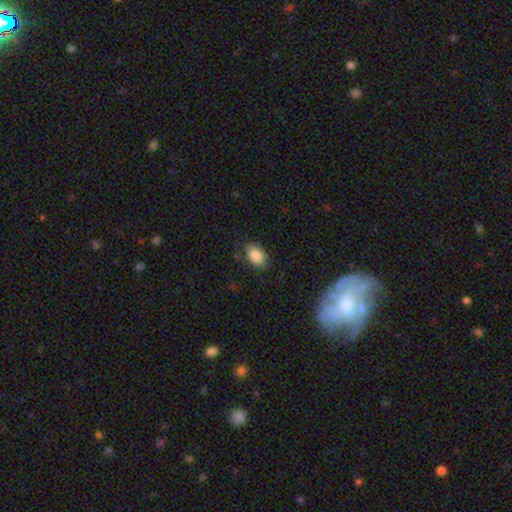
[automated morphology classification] type=smooth (85%); roundness=in between (88%); merging=none (81%).